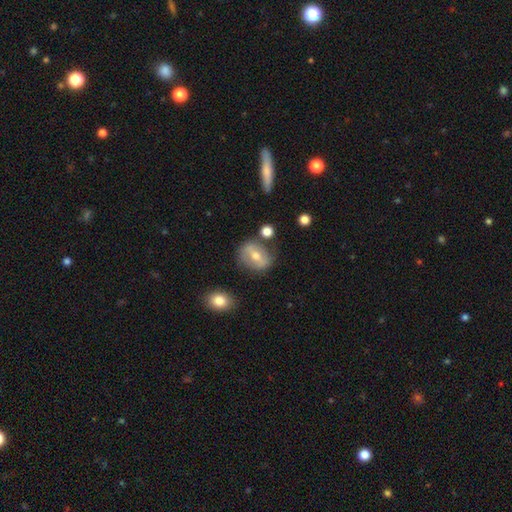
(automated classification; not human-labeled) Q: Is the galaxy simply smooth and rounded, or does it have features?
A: featured or disk — 48%.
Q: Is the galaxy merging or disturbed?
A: none — 71%.